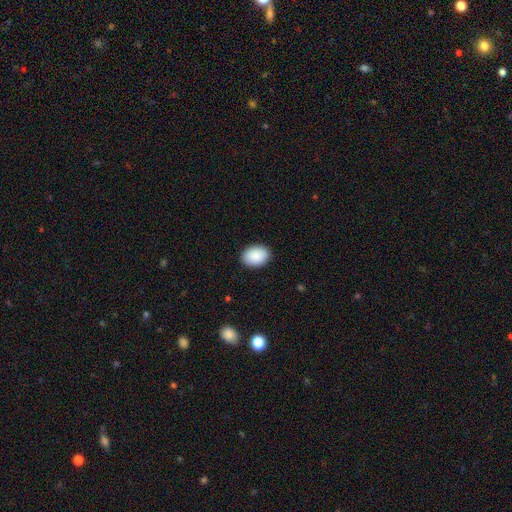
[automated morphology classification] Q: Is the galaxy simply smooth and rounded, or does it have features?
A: smooth — 90%.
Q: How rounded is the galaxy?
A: in between — 79%.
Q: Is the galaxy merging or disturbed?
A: none — 90%.